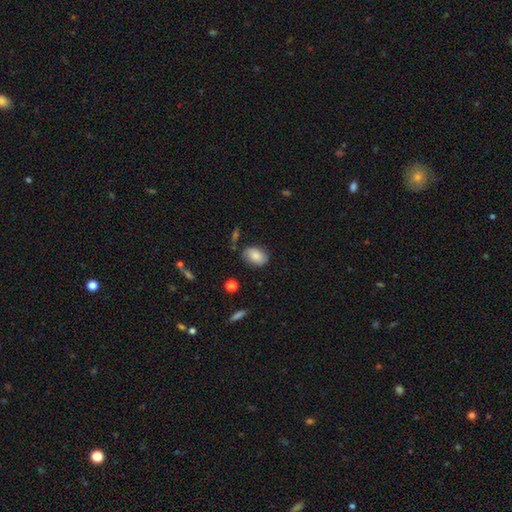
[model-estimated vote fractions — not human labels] Morphology: type=smooth (79%); roundness=in between (81%); merging=none (75%).